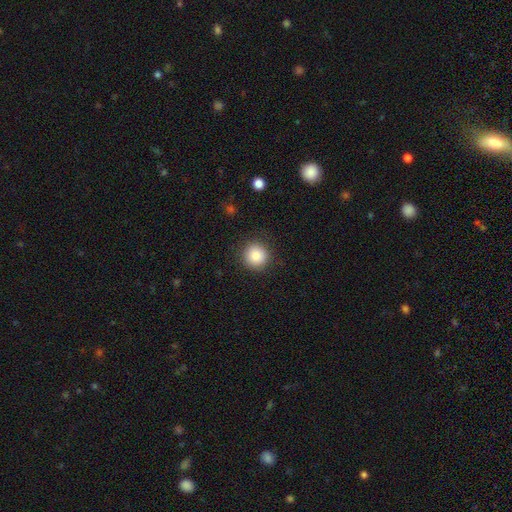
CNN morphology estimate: The model was most divided on "smooth or featured": smooth: 85%, star or artifact: 9%, featured or disk: 6%. More confident: how rounded — round (93%); merging — none (88%).